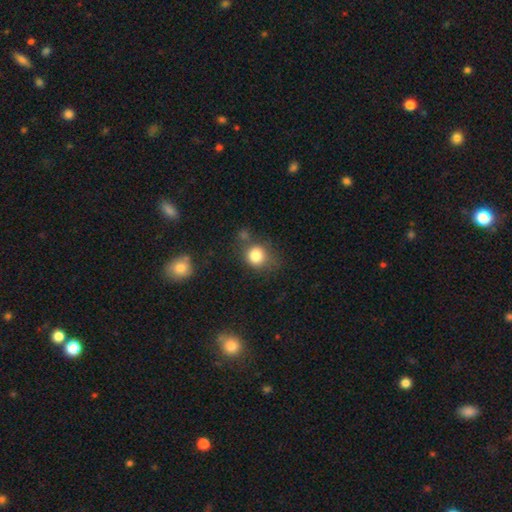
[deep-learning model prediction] Smooth or featured: smooth — 82% (star or artifact — 11%)
How rounded: round — 79% (in between — 20%)
Merging: none — 62% (minor disturbance — 20%)